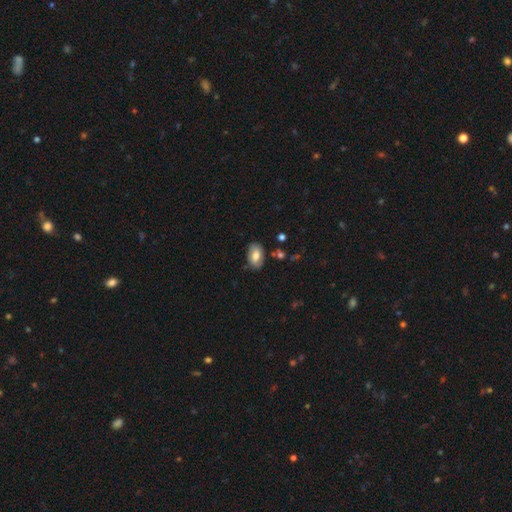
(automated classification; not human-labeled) This is likely a smooth galaxy (70%). How rounded: clearly in between (91%). Merging: likely none (79%).